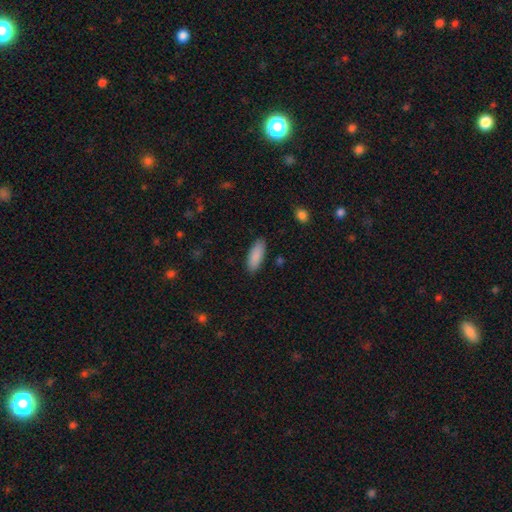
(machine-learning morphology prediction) This is clearly a smooth galaxy (89%). How rounded: likely in between (68%). Merging: clearly none (87%).